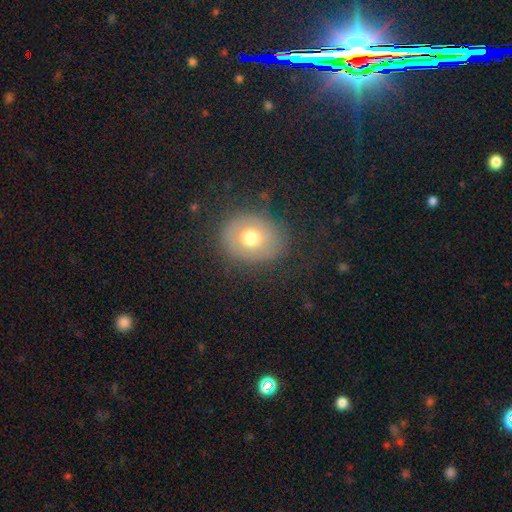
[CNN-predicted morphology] The model was most divided on "smooth or featured": smooth: 49%, featured or disk: 30%, star or artifact: 21%. More confident: merging — none (86%).